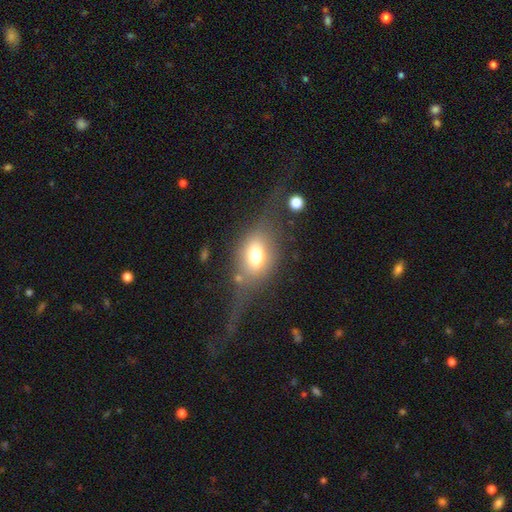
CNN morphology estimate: Q: Smooth or featured?
A: smooth (63%); runner-up: featured or disk (27%)
Q: How rounded?
A: in between (74%); runner-up: round (22%)
Q: Merging?
A: none (50%); runner-up: major disturbance (24%)